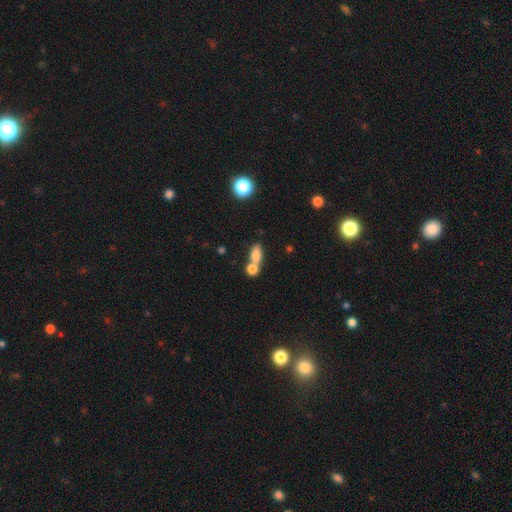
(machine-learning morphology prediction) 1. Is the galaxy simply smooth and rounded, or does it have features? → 78% smooth, 12% featured or disk, 10% star or artifact.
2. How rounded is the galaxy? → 73% in between, 15% round, 12% cigar-shaped.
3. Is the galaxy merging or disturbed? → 51% merger, 36% none, 9% minor disturbance, 4% major disturbance.